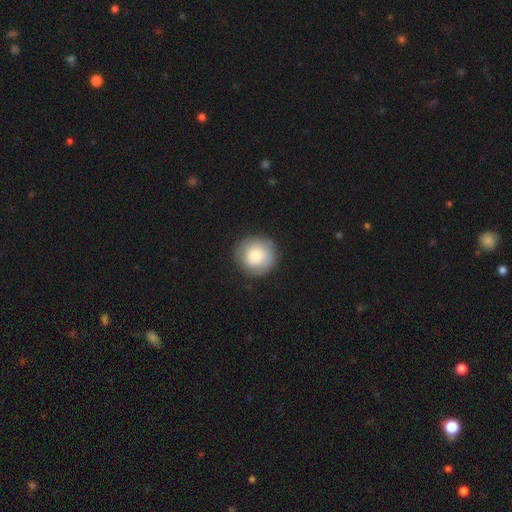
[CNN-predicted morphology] Smooth or featured? Predicted: smooth (p=0.77). How rounded? Predicted: round (p=0.93). Merging? Predicted: none (p=0.84).